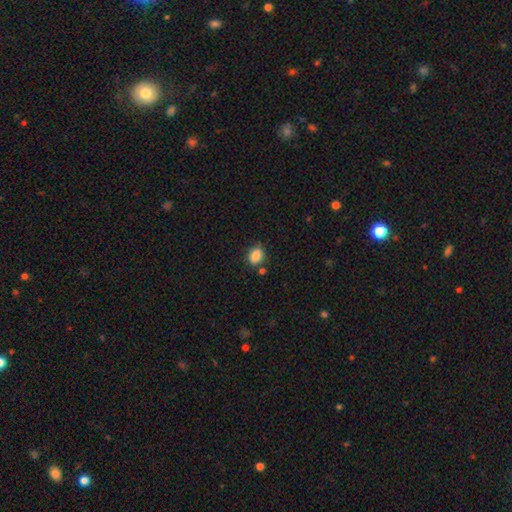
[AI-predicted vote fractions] smooth_or_featured: smooth (p=0.86) [alt: star or artifact p=0.10]
how_rounded: in between (p=0.69) [alt: round p=0.30]
merging: none (p=0.75) [alt: minor disturbance p=0.15]